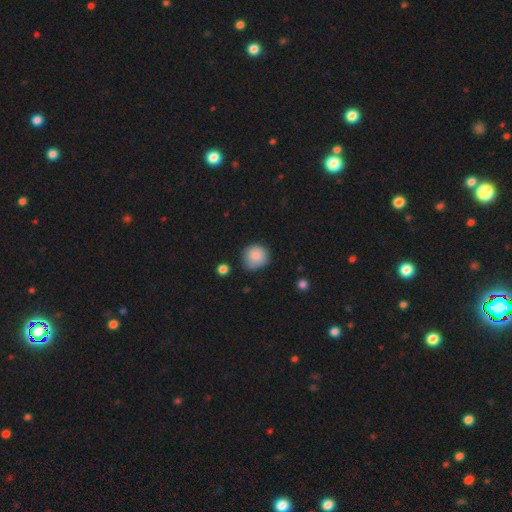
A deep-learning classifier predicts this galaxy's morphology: A smooth galaxy with no disk features (84%) that is round (86%).

Vote fractions:
- Smooth or featured? smooth: 84% / star or artifact: 8% / featured or disk: 8%
- How rounded? round: 86% / in between: 13% / cigar-shaped: 1%
- Merging? none: 66% / minor disturbance: 26% / major disturbance: 6% / merger: 3%